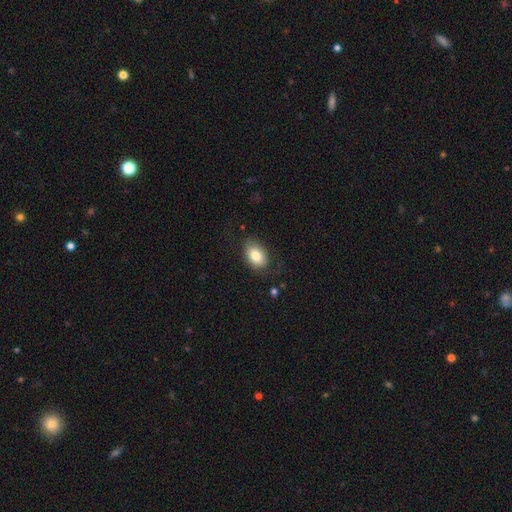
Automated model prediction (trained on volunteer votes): smooth-or-featured: smooth: 82% | featured or disk: 10% | star or artifact: 8%
  how-rounded: in between: 87% | round: 12% | cigar-shaped: 1%
  merging: none: 78% | minor disturbance: 16% | major disturbance: 5% | merger: 1%